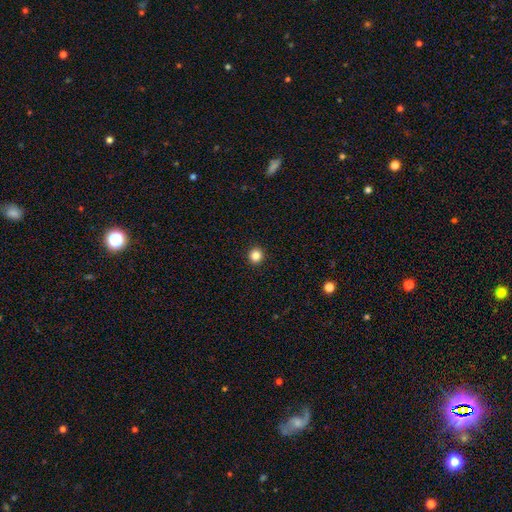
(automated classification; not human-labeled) Smooth or featured: smooth — 85% (star or artifact — 11%)
How rounded: round — 95% (in between — 5%)
Merging: none — 94% (minor disturbance — 4%)